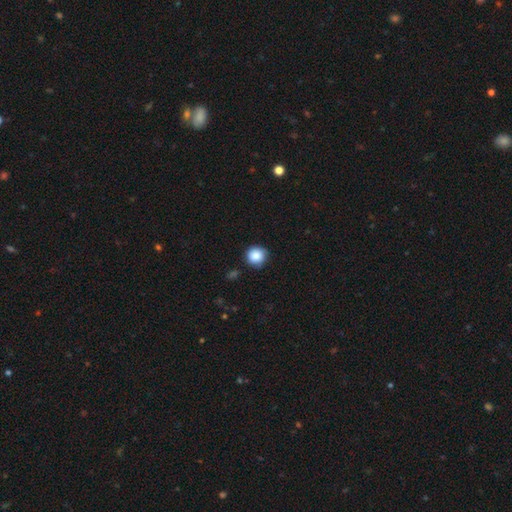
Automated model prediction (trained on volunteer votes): Smooth or featured? smooth (87%)
How rounded? round (93%)
Merging? none (78%)